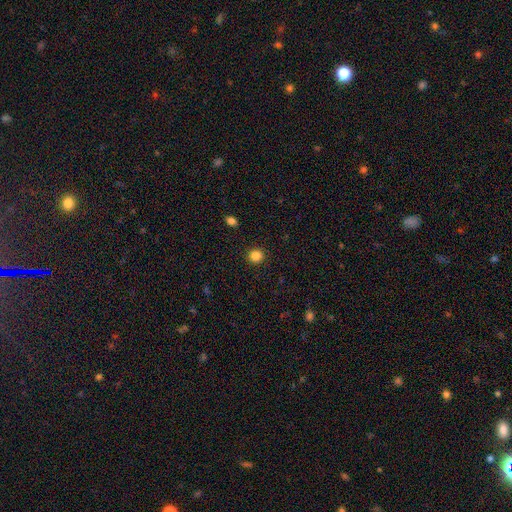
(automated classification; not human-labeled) Smooth or featured? smooth (84%)
How rounded? round (92%)
Merging? none (93%)